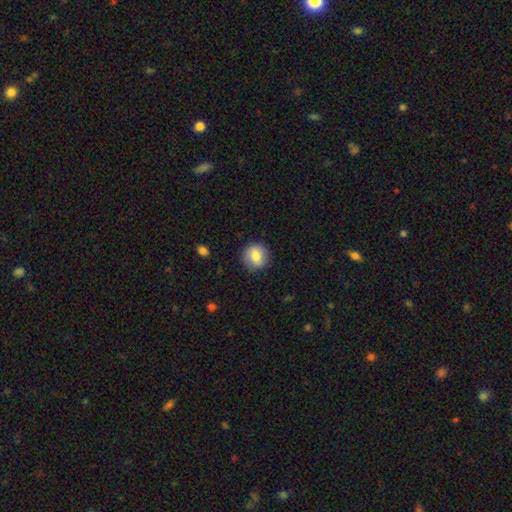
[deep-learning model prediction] Morphology: type=smooth (80%); roundness=round (91%); merging=none (87%).